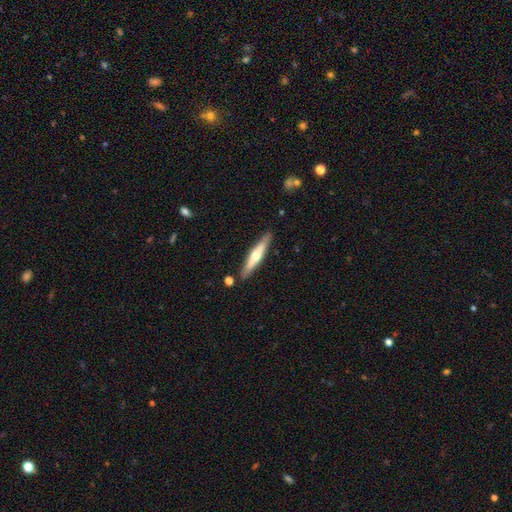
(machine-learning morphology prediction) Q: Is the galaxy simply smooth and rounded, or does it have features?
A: featured or disk — 53%.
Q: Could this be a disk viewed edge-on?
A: yes — 93%.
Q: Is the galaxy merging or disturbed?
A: none — 87%.